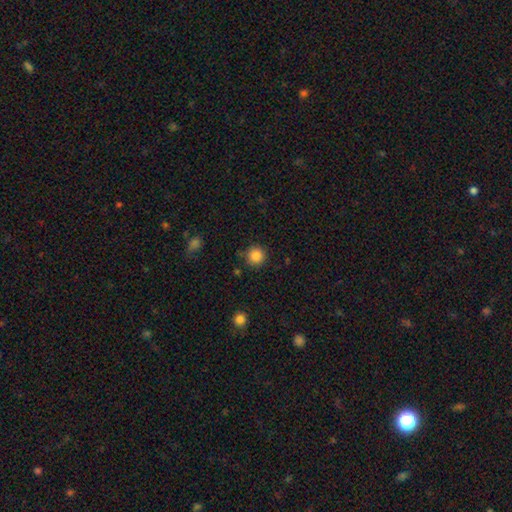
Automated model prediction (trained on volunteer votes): Smooth or featured? smooth (86%)
How rounded? round (94%)
Merging? none (86%)